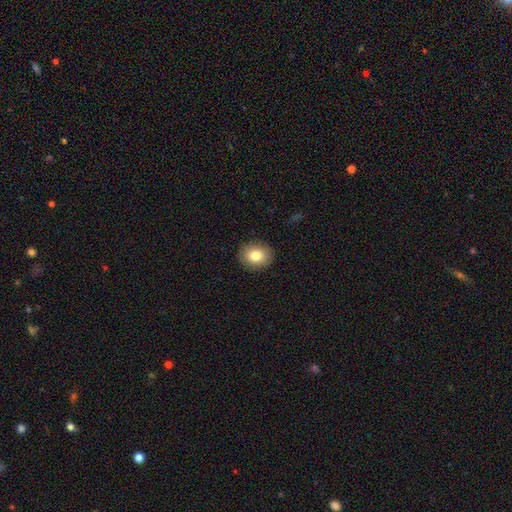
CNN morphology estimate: This appears to be a smooth galaxy with no disk features (82%) that is round (57%). Merging: none (90%).